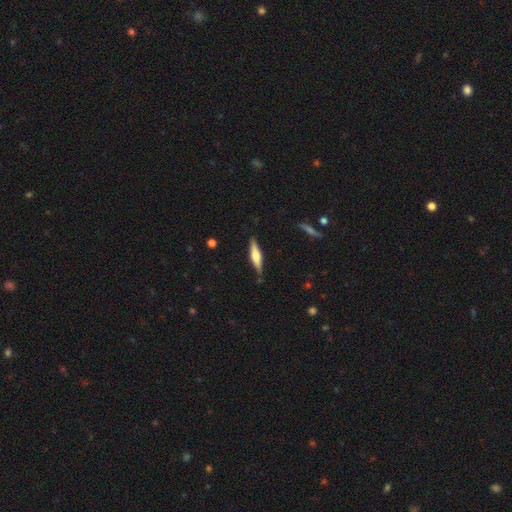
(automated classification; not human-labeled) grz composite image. It shows a featured or disk galaxy (60%) viewed edge-on (96%) with a rounded central bulge (82%). Merging: none (85%).